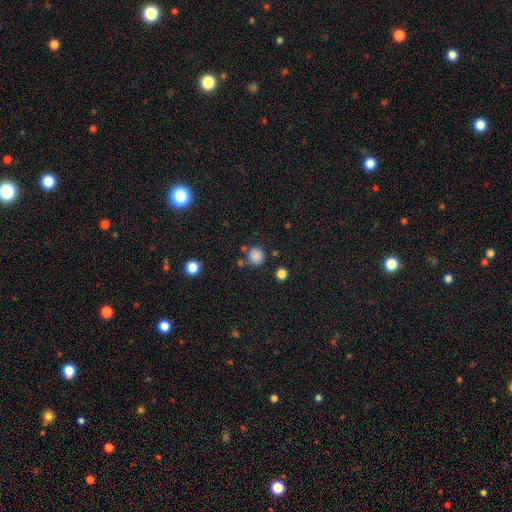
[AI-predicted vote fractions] Smooth or featured? smooth (84%)
How rounded? round (92%)
Merging? none (77%)